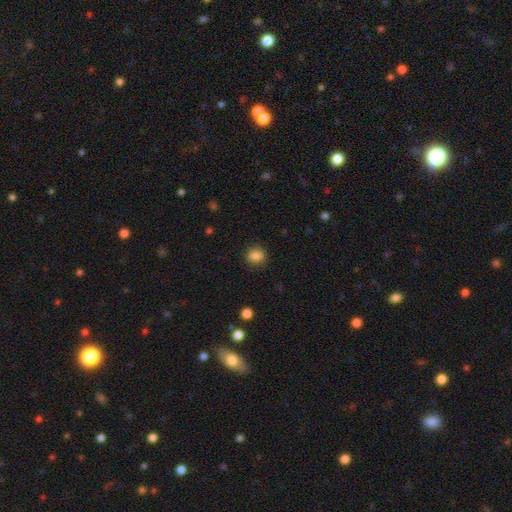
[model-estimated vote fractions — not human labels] Overall: smooth (85%). How rounded: round (61%; in between 38%). Merging: none (87%).